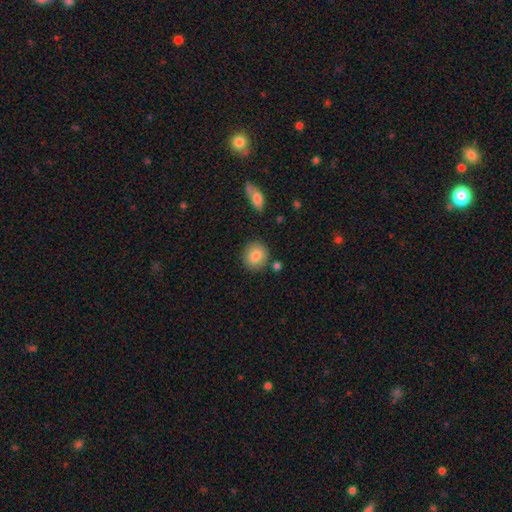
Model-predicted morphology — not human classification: This is clearly a smooth galaxy (84%). How rounded: clearly round (85%). Merging: clearly none (83%).